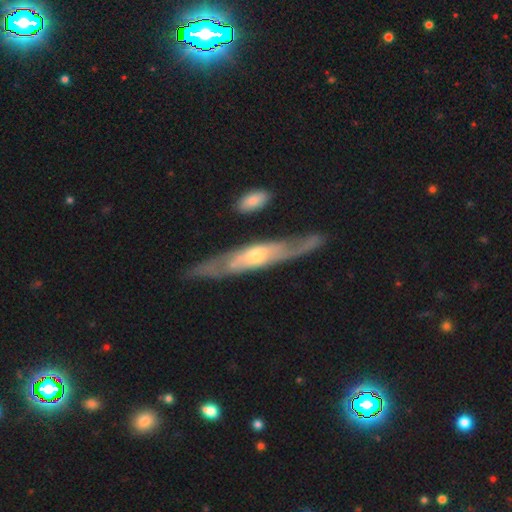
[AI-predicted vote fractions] featured or disk 79%, smooth 15%, star or artifact 5%. Down the decision tree: edge-on disk — yes (52%); merging — none (75%).